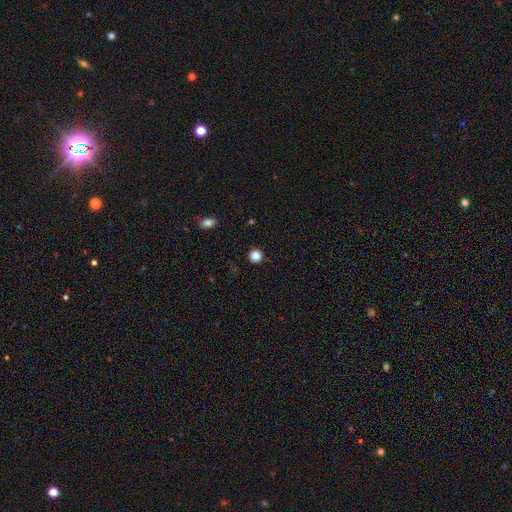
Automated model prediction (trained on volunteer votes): This appears to be a smooth galaxy with no disk features (86%) that is round (95%). Merging: none (91%).